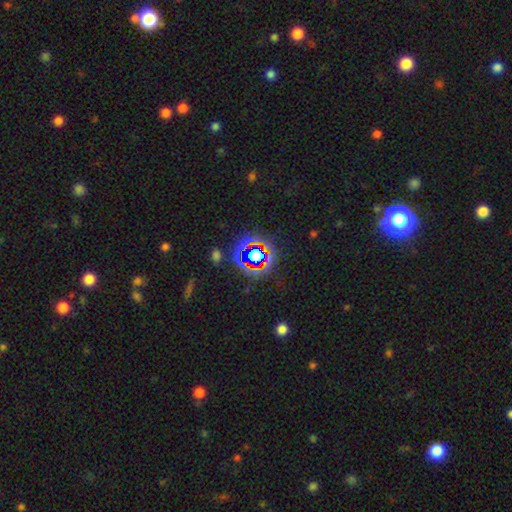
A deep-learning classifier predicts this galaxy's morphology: A star or artifact, not a galaxy (64%).

Vote fractions:
- Smooth or featured? star or artifact: 64% / smooth: 23% / featured or disk: 12%